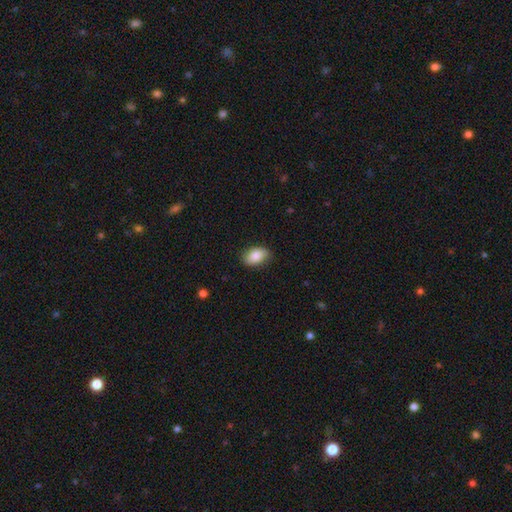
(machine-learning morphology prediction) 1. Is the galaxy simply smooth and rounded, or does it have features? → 86% smooth, 7% featured or disk, 7% star or artifact.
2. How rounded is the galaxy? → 89% in between, 9% round, 1% cigar-shaped.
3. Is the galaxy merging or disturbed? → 84% none, 12% minor disturbance, 2% major disturbance, 1% merger.